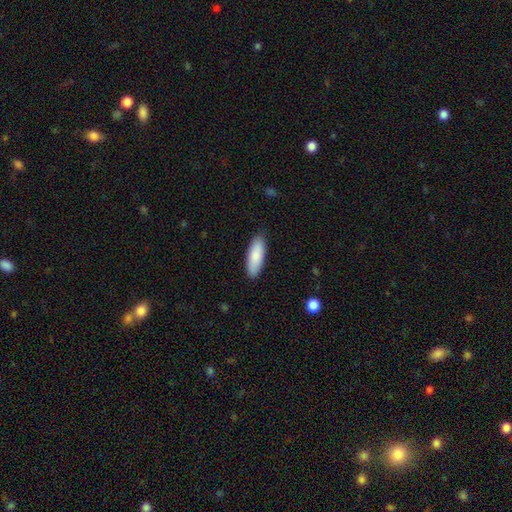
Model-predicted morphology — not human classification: type=smooth (86%); roundness=in between (65%); merging=none (87%).